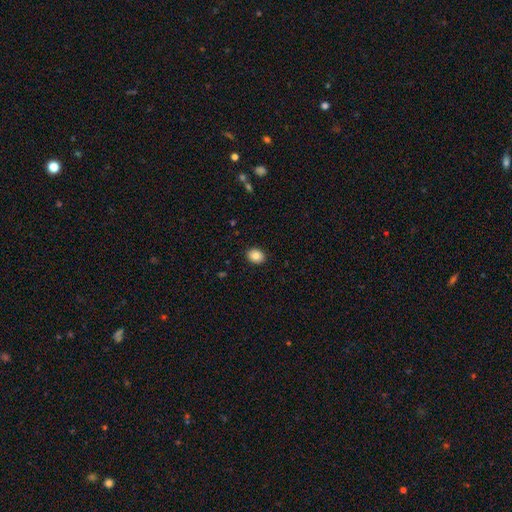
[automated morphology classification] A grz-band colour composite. It shows a smooth galaxy with no disk features (85%) that is in between round and cigar-shaped (56%). Merging: none (90%).